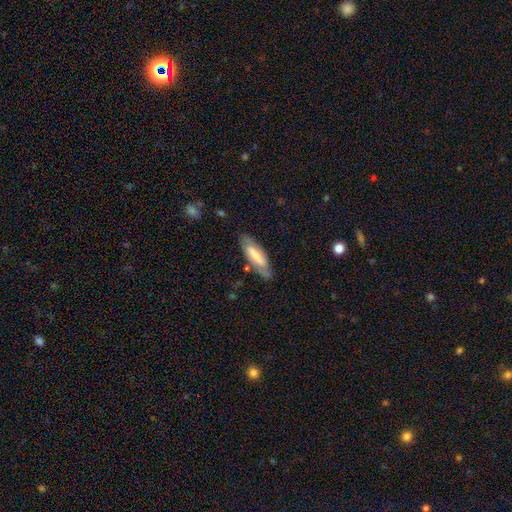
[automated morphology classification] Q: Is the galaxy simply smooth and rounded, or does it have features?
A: smooth — 51%.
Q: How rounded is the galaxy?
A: in between — 55%.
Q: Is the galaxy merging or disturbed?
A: none — 71%.